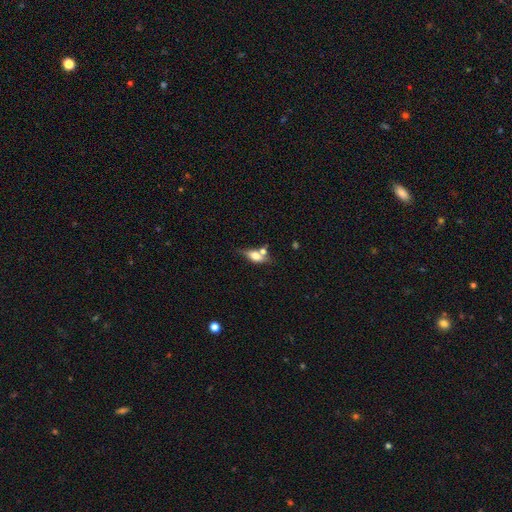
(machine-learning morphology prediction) The model was most divided on "smooth or featured": smooth: 52%, featured or disk: 39%, star or artifact: 9%. More confident: how rounded — in between (66%); merging — none (51%).